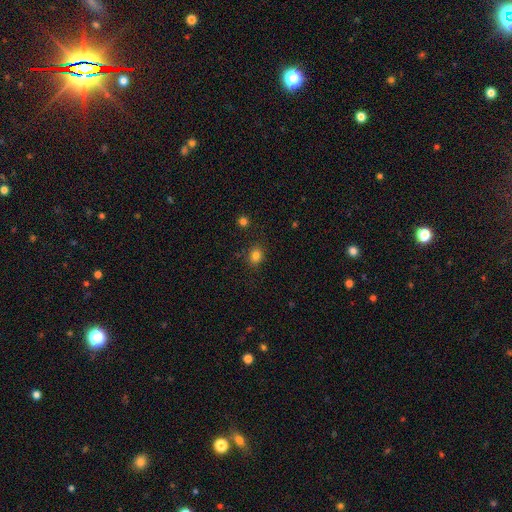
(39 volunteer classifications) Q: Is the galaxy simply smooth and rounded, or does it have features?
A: smooth — 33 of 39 (85%).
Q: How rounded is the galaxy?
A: round — 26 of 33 (79%).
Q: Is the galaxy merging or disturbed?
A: none — 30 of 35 (86%).